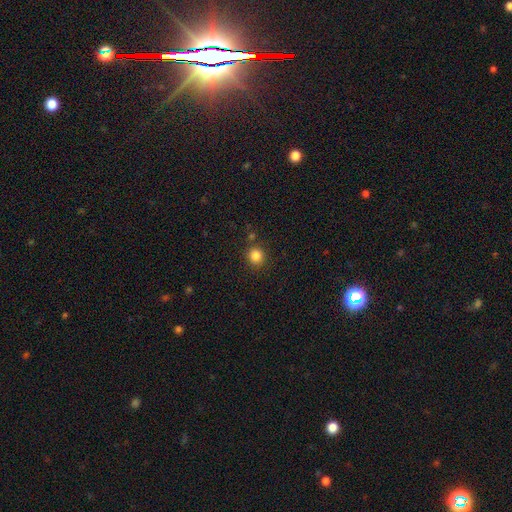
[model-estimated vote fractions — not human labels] Smooth or featured?
  - smooth: 84% *
  - star or artifact: 12%
  - featured or disk: 4%
How rounded?
  - round: 91% *
  - in between: 8%
  - cigar-shaped: 1%
Merging?
  - none: 84% *
  - minor disturbance: 8%
  - merger: 5%
  - major disturbance: 3%